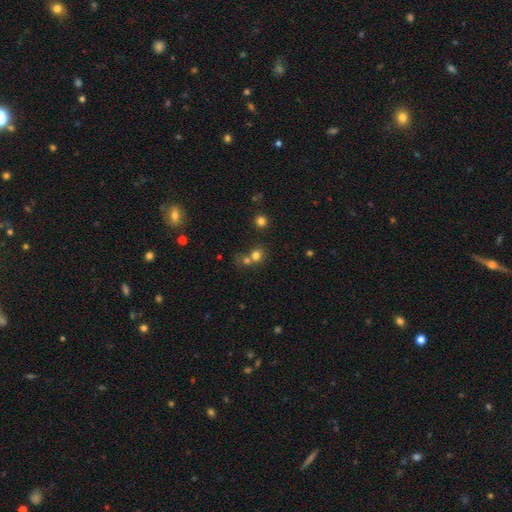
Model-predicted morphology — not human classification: This appears to be a smooth galaxy with no disk features (72%) that is round (81%). Merging: none (46%).